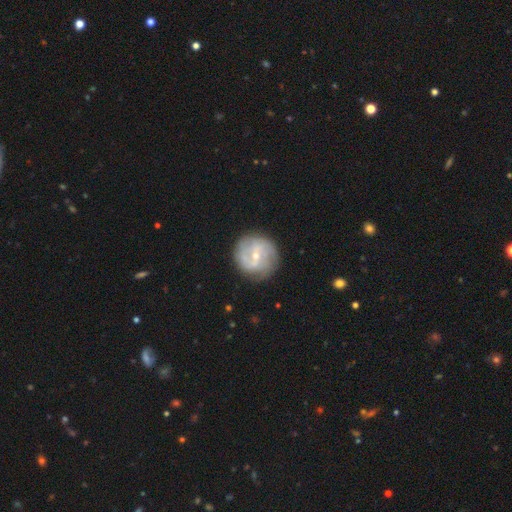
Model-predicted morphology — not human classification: This is likely a featured or disk galaxy (77%). It is clearly not viewed edge-on (97%). Bar: possibly weak (50%). Spiral arm pattern: clearly yes (89%). Spiral arm count: possibly 2 (46%). Spiral winding: marginally medium (41%). Central bulge: likely small (65%). Merging: likely none (79%).